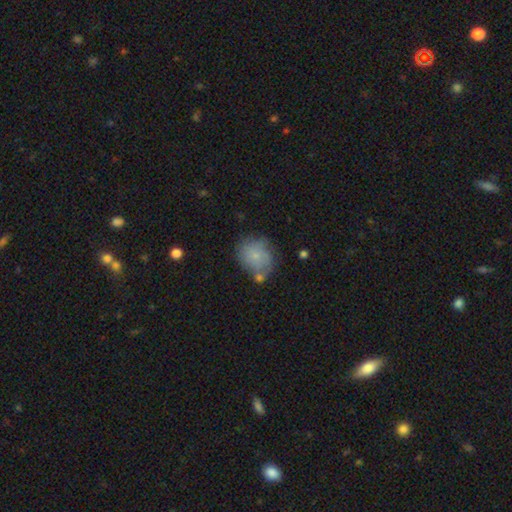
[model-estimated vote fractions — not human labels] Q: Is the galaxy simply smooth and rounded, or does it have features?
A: smooth — 67%.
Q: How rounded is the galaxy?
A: round — 68%.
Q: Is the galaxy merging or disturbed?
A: none — 56%.